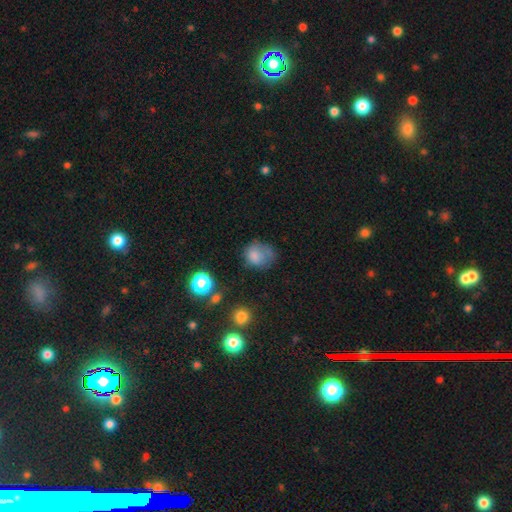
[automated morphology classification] smooth-or-featured: smooth: 75% | featured or disk: 13% | star or artifact: 12%
  how-rounded: round: 61% | in between: 38% | cigar-shaped: 1%
  merging: none: 39% | minor disturbance: 31% | major disturbance: 26% | merger: 4%